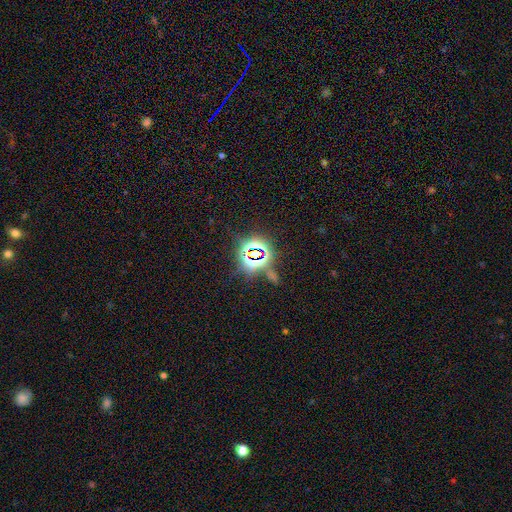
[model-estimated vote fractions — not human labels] smooth-or-featured: star or artifact: 78% | smooth: 15% | featured or disk: 8%